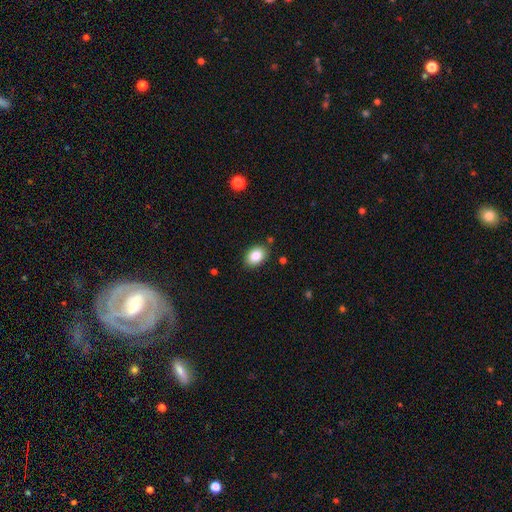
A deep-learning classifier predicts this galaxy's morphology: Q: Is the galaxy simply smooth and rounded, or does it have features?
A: smooth — 85%.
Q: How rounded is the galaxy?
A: in between — 80%.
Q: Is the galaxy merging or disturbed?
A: none — 86%.